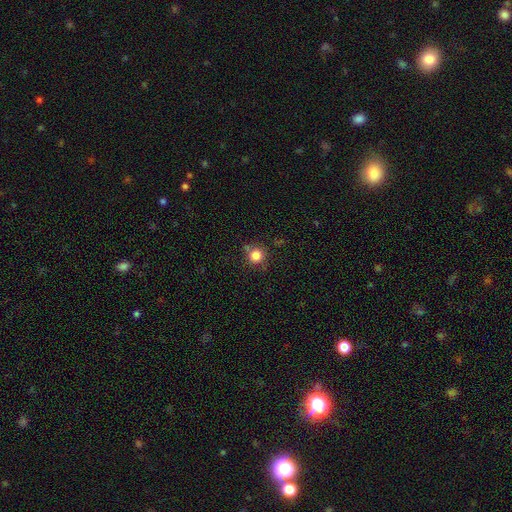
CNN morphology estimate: smooth_or_featured: smooth (p=0.83) [alt: star or artifact p=0.12]
how_rounded: round (p=0.93) [alt: in between p=0.07]
merging: none (p=0.75) [alt: minor disturbance p=0.14]